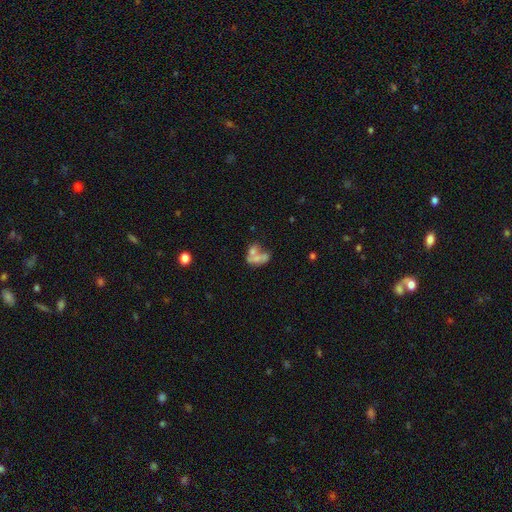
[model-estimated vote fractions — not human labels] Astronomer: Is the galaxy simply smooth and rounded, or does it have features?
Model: smooth — 54% (runner-up: featured or disk, 34%).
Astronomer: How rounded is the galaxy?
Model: in between — 78%.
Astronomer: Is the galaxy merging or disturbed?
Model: merger — 58%.